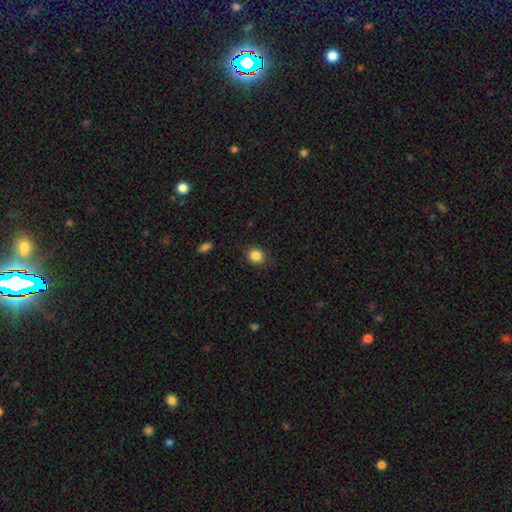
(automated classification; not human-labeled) Smooth or featured: smooth — 85% (star or artifact — 10%)
How rounded: round — 74% (in between — 25%)
Merging: none — 85% (minor disturbance — 11%)